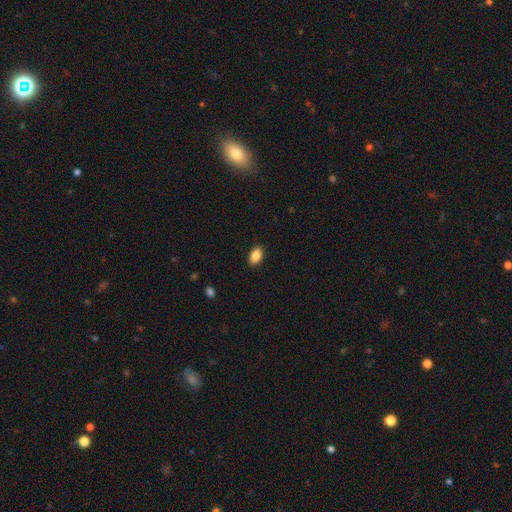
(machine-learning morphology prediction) smooth-or-featured: smooth: 88% | star or artifact: 8% | featured or disk: 5%
  how-rounded: in between: 92% | round: 6% | cigar-shaped: 3%
  merging: none: 89% | minor disturbance: 8% | major disturbance: 2% | merger: 1%